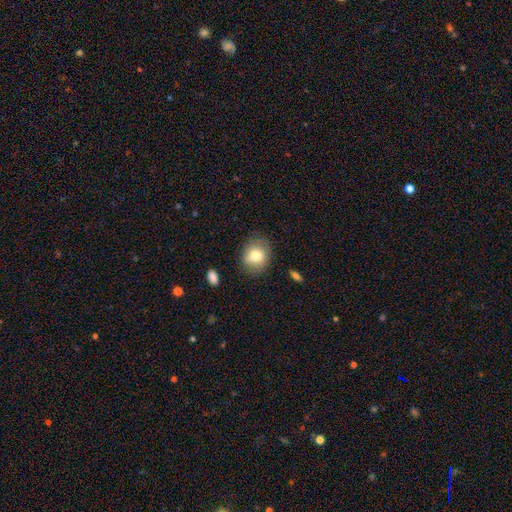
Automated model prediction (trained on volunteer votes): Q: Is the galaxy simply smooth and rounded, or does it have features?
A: smooth — 77%.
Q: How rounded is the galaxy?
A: round — 55%.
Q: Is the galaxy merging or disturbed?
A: none — 75%.